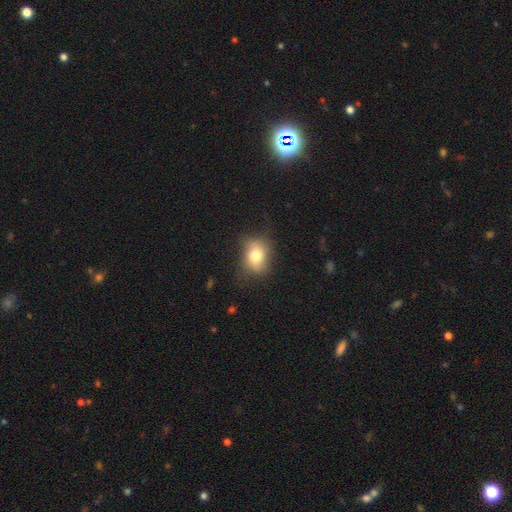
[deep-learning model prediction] smooth_or_featured: smooth (p=0.76) [alt: featured or disk p=0.14]
how_rounded: in between (p=0.62) [alt: round p=0.37]
merging: none (p=0.66) [alt: minor disturbance p=0.24]